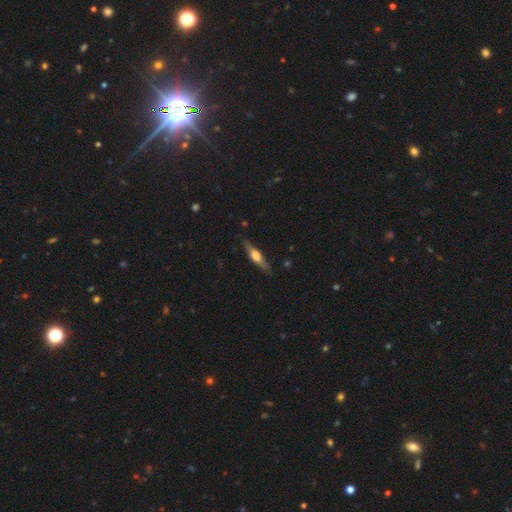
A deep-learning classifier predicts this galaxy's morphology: Smooth or featured: featured or disk — 65% (smooth — 29%)
Edge-on disk: yes — 96% (no — 4%)
Edge-on bulge: rounded — 90% (boxy — 7%)
Merging: none — 86% (minor disturbance — 11%)